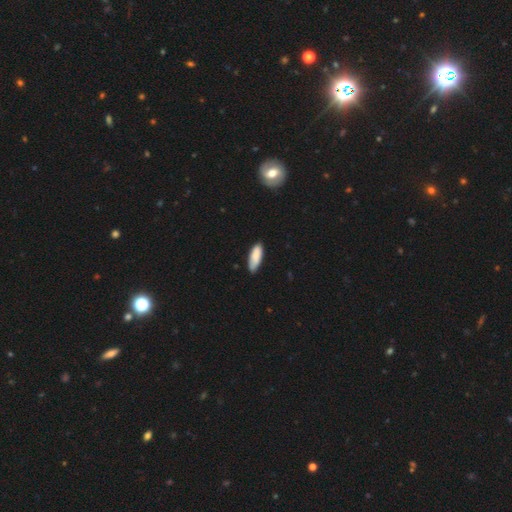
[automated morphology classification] Overall: smooth (85%). How rounded: in between (64%; cigar-shaped 35%). Merging: none (79%).